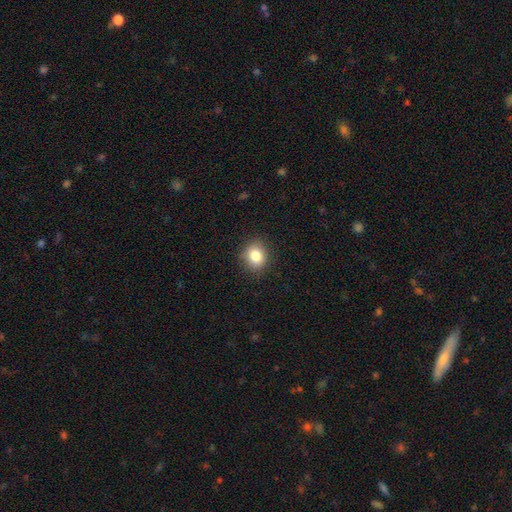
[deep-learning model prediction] A smooth galaxy with no disk features (83%) that is round (66%). Merging: none (87%).